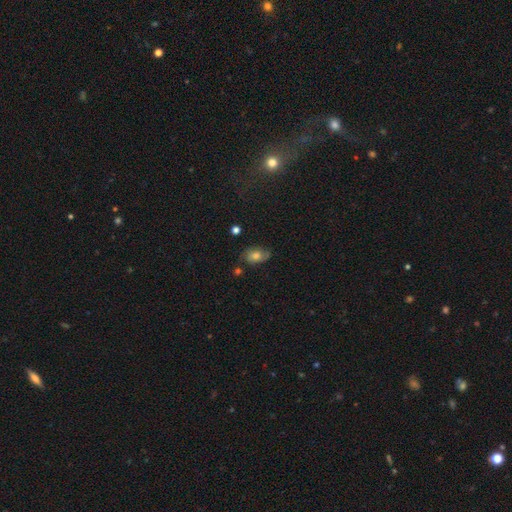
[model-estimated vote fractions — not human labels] This is possibly a smooth galaxy (59%). How rounded: clearly in between (83%). Merging: likely none (68%).